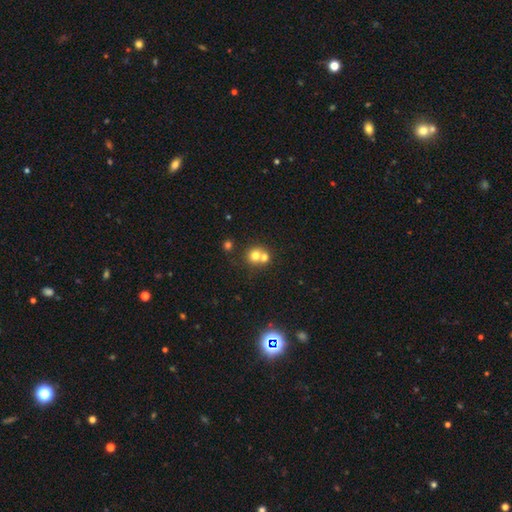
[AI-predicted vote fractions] smooth_or_featured: smooth (p=0.71) [alt: featured or disk p=0.16]
how_rounded: round (p=0.85) [alt: in between p=0.14]
merging: merger (p=0.53) [alt: none p=0.39]